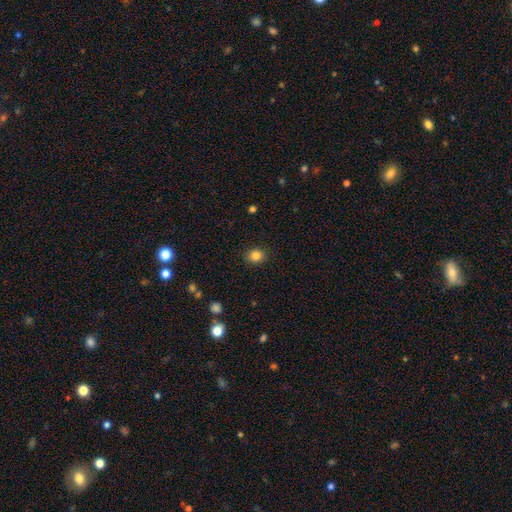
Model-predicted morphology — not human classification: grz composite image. It shows a smooth galaxy with no disk features (84%) that is round (74%). Merging: none (91%).